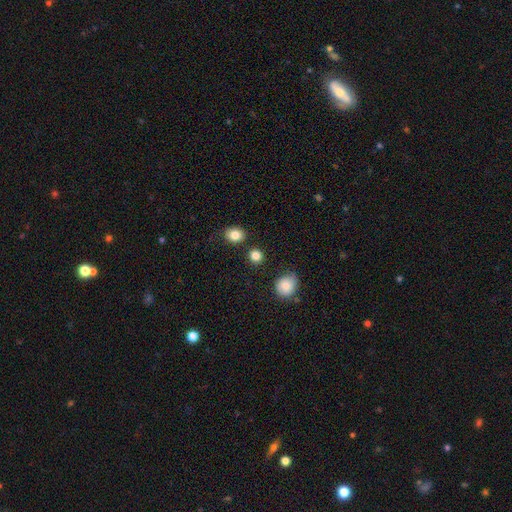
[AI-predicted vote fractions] This is clearly a smooth galaxy (85%). How rounded: clearly round (81%). Merging: clearly none (84%).